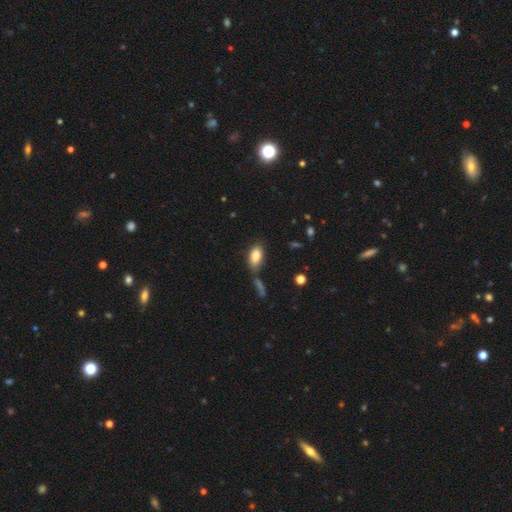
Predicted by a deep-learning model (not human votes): smooth 83%, featured or disk 9%, star or artifact 8%. Down the decision tree: how rounded — in between (91%); merging — none (62%).